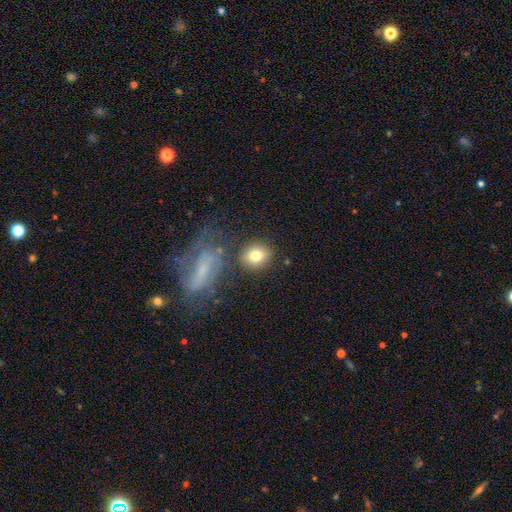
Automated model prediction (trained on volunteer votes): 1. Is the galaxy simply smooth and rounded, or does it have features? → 79% smooth, 12% featured or disk, 9% star or artifact.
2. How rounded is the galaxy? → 76% round, 22% in between, 1% cigar-shaped.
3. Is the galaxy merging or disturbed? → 76% none, 11% minor disturbance, 8% merger, 5% major disturbance.